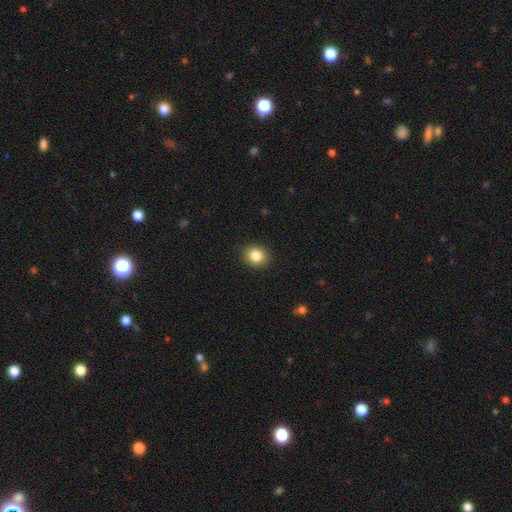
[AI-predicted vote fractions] Overall: smooth (84%). How rounded: round (75%). Merging: none (91%).